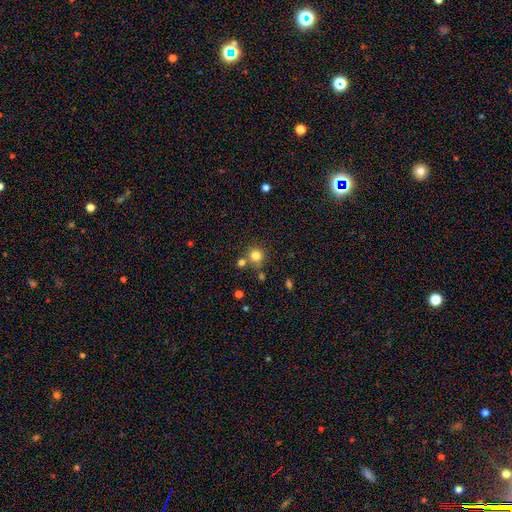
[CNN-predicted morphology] Smooth or featured? smooth (80%)
How rounded? round (91%)
Merging? none (68%)